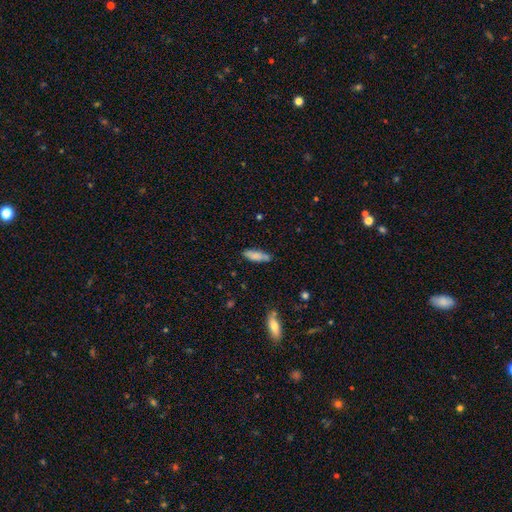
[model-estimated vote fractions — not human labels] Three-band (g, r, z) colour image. It shows a smooth galaxy with no disk features (78%) that is in between round and cigar-shaped (51%). Merging: none (71%).